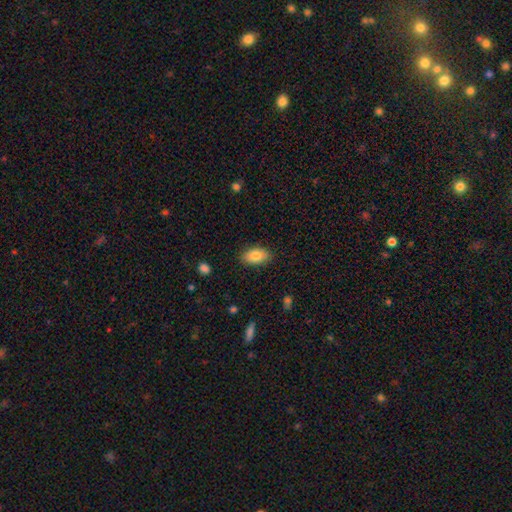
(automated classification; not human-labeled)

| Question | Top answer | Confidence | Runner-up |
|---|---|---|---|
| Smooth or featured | smooth | 82% | featured or disk (11%) |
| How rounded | in between | 92% | round (6%) |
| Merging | none | 86% | minor disturbance (10%) |